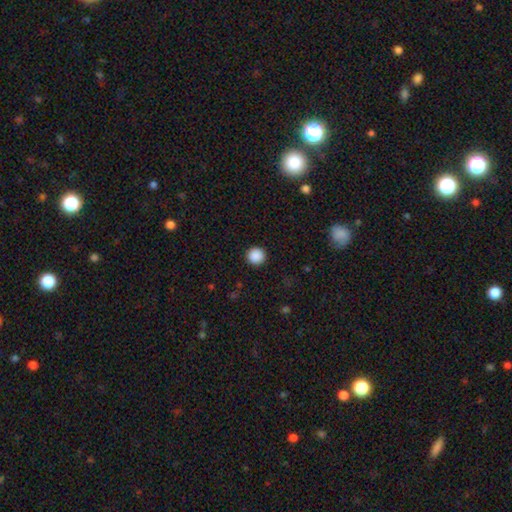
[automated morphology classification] Smooth or featured? Predicted: smooth (p=0.89). How rounded? Predicted: round (p=0.96). Merging? Predicted: none (p=0.93).